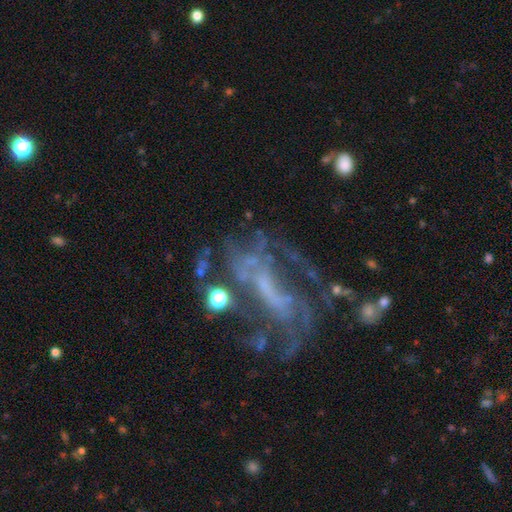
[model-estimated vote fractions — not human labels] This is likely a featured or disk galaxy (74%). It is clearly not viewed edge-on (95%). Bar: marginally no (36%). Spiral arm pattern: likely yes (71%). Spiral arm count: marginally can't tell (42%). Spiral winding: marginally medium (40%). Central bulge: possibly none (51%). Merging: marginally none (42%).